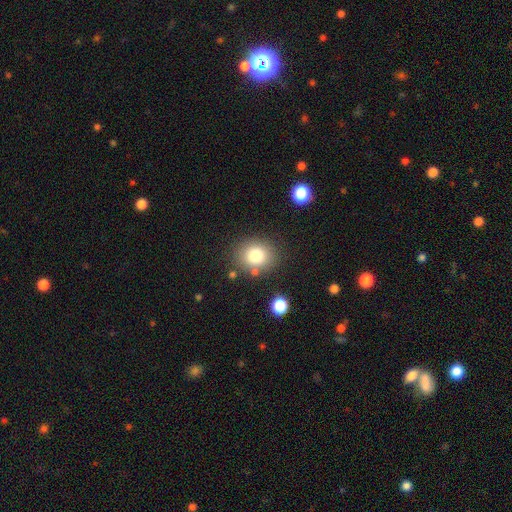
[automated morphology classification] type=smooth (79%); roundness=round (69%); merging=none (79%).